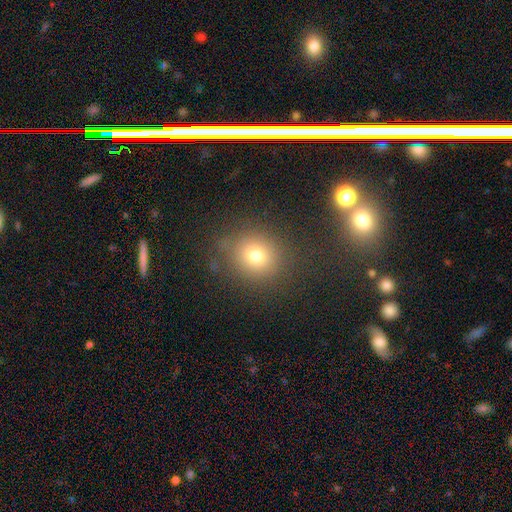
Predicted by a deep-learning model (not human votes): This is likely a smooth galaxy (74%). How rounded: likely round (80%). Merging: likely none (79%).